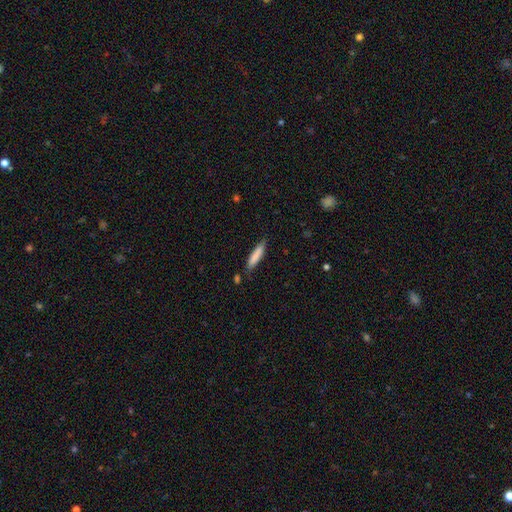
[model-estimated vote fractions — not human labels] Morphology: type=smooth (83%); roundness=cigar-shaped (82%); merging=none (79%).